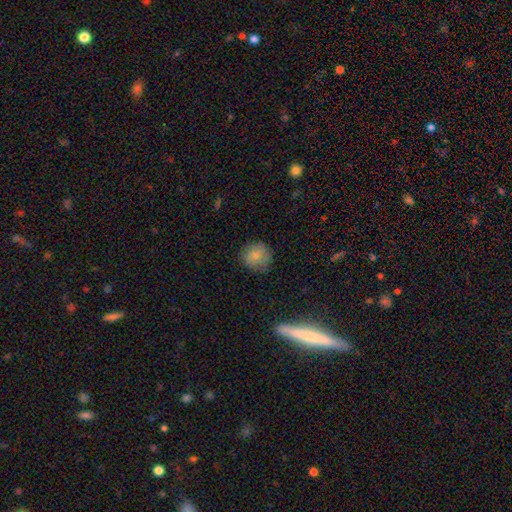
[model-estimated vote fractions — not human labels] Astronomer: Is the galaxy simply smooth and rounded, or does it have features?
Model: smooth — 80%.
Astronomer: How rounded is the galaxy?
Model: round — 91%.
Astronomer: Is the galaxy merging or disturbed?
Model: none — 80%.